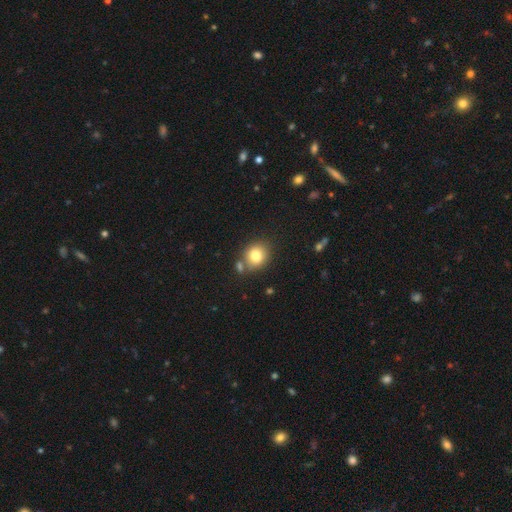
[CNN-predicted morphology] A smooth galaxy with no disk features (81%) that is round (70%). Merging: none (69%).